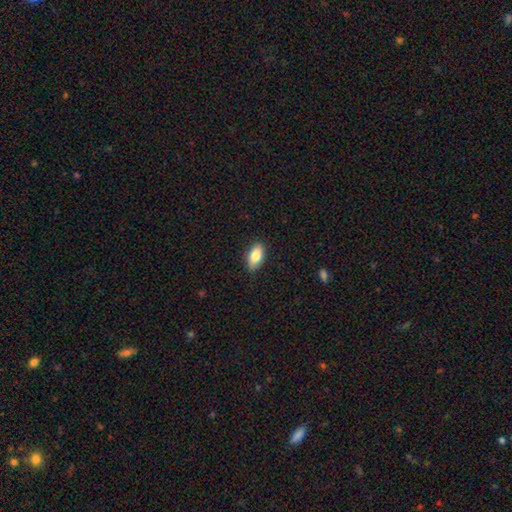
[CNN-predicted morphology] Q: Smooth or featured?
A: smooth (82%); runner-up: featured or disk (11%)
Q: How rounded?
A: in between (90%); runner-up: cigar-shaped (6%)
Q: Merging?
A: none (86%); runner-up: minor disturbance (11%)